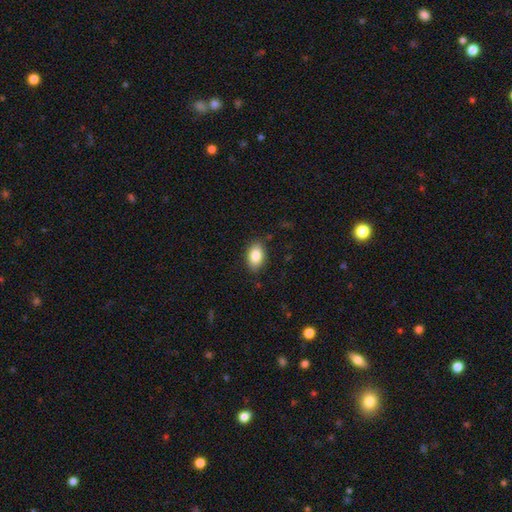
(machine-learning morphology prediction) smooth-or-featured: smooth: 85% | featured or disk: 8% | star or artifact: 7%
  how-rounded: in between: 89% | round: 10% | cigar-shaped: 1%
  merging: none: 85% | minor disturbance: 11% | major disturbance: 3% | merger: 1%